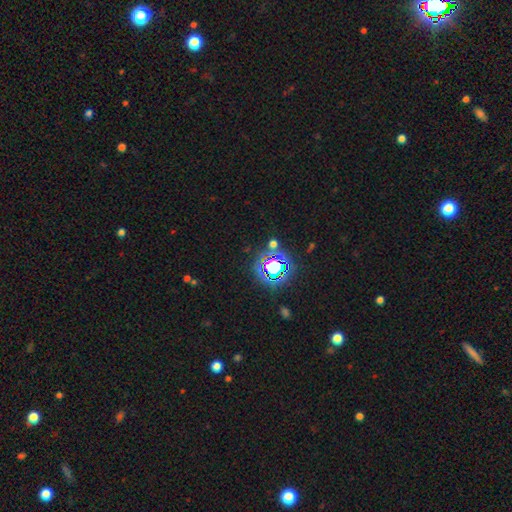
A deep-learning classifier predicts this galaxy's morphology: This is likely a star or artifact rather than a galaxy (79%).